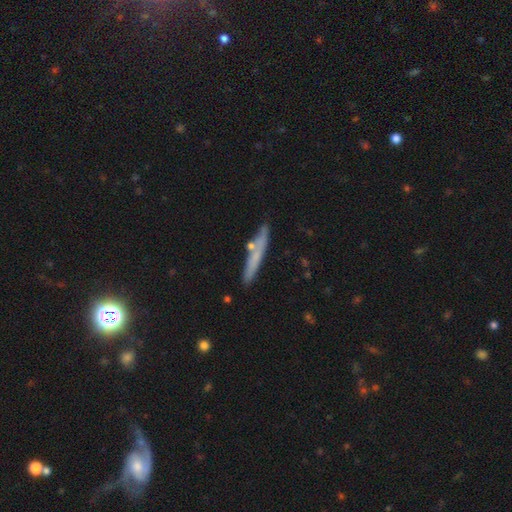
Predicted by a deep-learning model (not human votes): Smooth or featured? smooth (55%)
How rounded? cigar-shaped (94%)
Merging? none (80%)